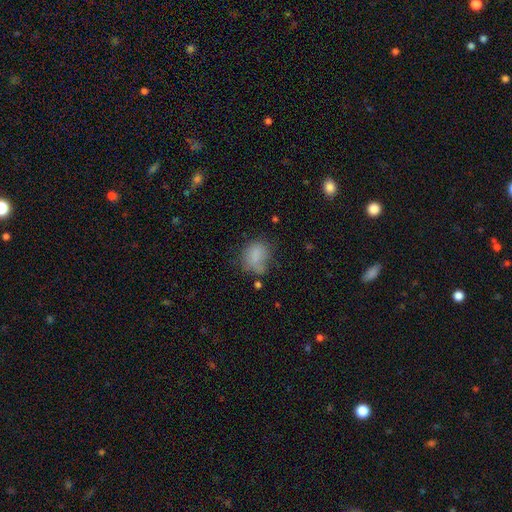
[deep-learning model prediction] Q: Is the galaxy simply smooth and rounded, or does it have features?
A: smooth — 79%.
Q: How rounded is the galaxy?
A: in between — 61%.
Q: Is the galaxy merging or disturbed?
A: none — 45%.